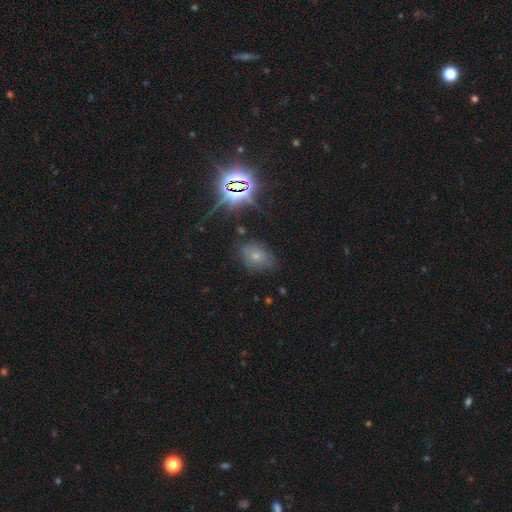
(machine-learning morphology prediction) Smooth or featured?
  - smooth: 50% *
  - star or artifact: 31%
  - featured or disk: 19%
Merging?
  - none: 72% *
  - minor disturbance: 19%
  - major disturbance: 7%
  - merger: 2%